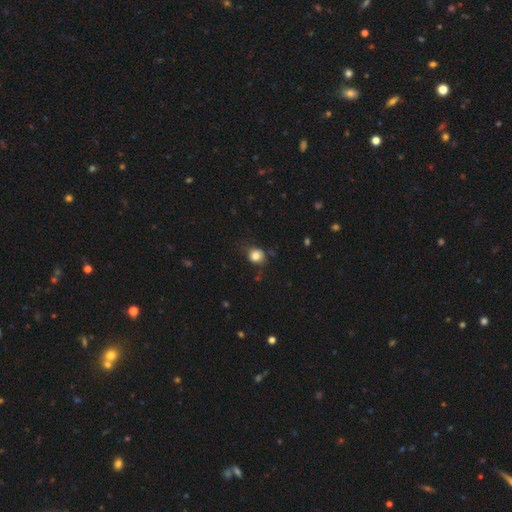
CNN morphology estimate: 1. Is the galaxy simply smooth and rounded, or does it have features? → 82% smooth, 11% star or artifact, 7% featured or disk.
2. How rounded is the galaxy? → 77% round, 22% in between, 1% cigar-shaped.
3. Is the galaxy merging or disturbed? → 64% none, 25% minor disturbance, 8% major disturbance, 3% merger.